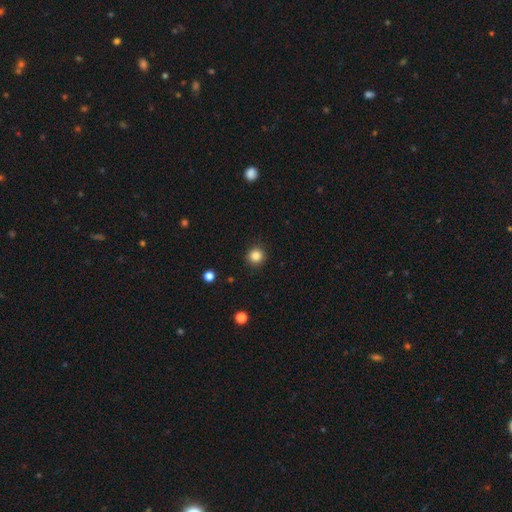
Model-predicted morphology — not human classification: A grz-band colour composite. It shows a smooth galaxy with no disk features (85%) that is round (94%). Merging: none (91%).